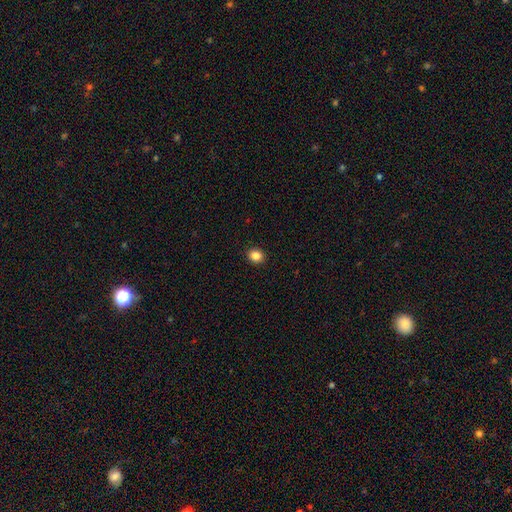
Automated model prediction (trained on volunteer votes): smooth-or-featured: smooth: 85% | star or artifact: 11% | featured or disk: 4%
  how-rounded: round: 80% | in between: 19% | cigar-shaped: 1%
  merging: none: 92% | minor disturbance: 5% | major disturbance: 2% | merger: 1%